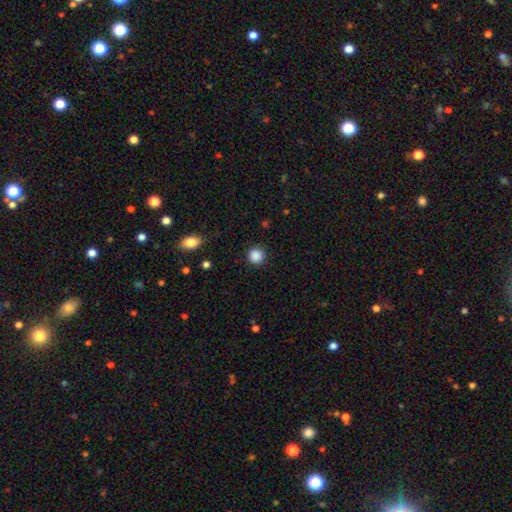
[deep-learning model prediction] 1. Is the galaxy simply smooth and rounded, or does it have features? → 88% smooth, 10% star or artifact, 3% featured or disk.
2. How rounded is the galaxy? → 94% round, 5% in between, 1% cigar-shaped.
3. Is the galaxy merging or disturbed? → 91% none, 6% minor disturbance, 2% major disturbance, 1% merger.